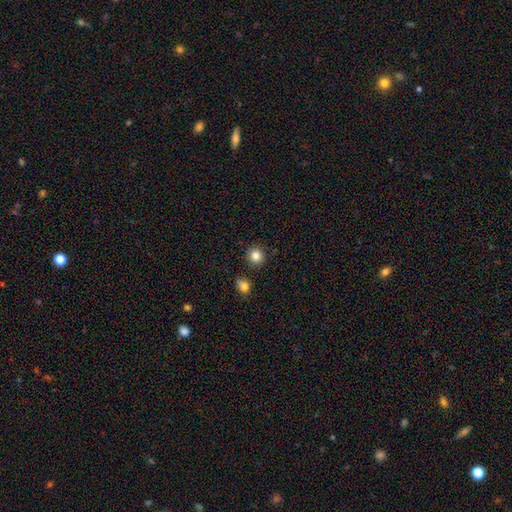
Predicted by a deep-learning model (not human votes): smooth-or-featured: smooth: 84% | star or artifact: 10% | featured or disk: 6%
  how-rounded: round: 92% | in between: 8% | cigar-shaped: 1%
  merging: none: 86% | minor disturbance: 7% | merger: 4% | major disturbance: 2%